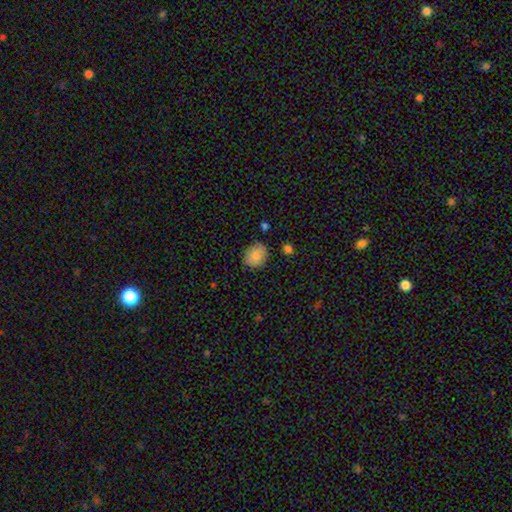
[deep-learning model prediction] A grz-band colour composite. It shows a smooth galaxy with no disk features (85%) that is round (56%). Merging: none (82%).